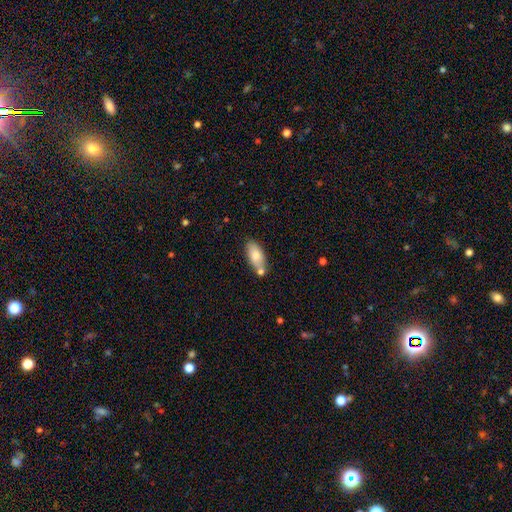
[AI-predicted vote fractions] smooth_or_featured: smooth (p=0.76) [alt: featured or disk p=0.17]
how_rounded: in between (p=0.88) [alt: cigar-shaped p=0.10]
merging: none (p=0.60) [alt: merger p=0.19]